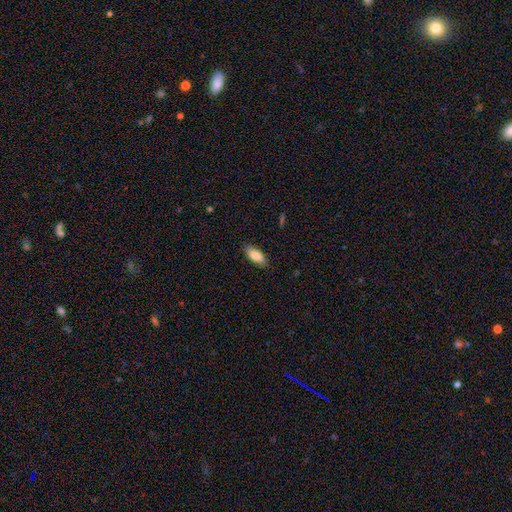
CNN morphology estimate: smooth-or-featured: smooth: 83% | featured or disk: 10% | star or artifact: 6%
  how-rounded: in between: 83% | cigar-shaped: 15% | round: 2%
  merging: none: 85% | minor disturbance: 12% | major disturbance: 2% | merger: 1%